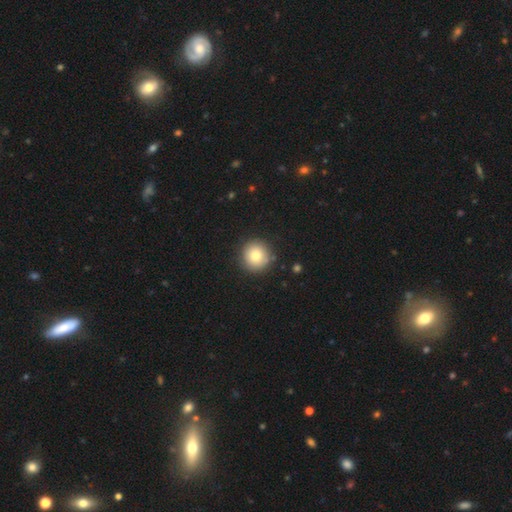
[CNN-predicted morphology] type=smooth (79%); roundness=round (94%); merging=none (88%).